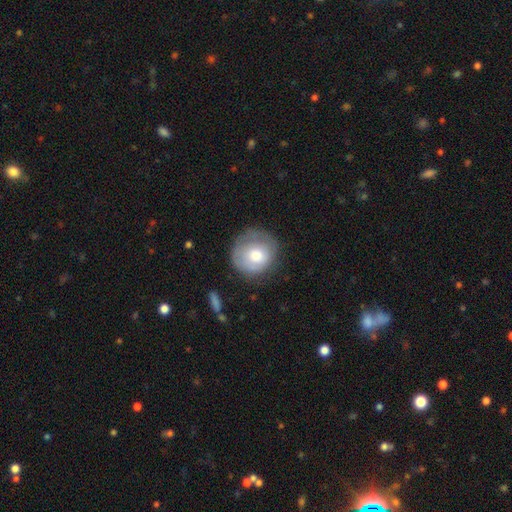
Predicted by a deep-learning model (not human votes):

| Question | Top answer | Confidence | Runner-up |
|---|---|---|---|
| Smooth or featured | smooth | 66% | featured or disk (27%) |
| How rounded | round | 88% | in between (11%) |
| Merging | none | 63% | minor disturbance (23%) |